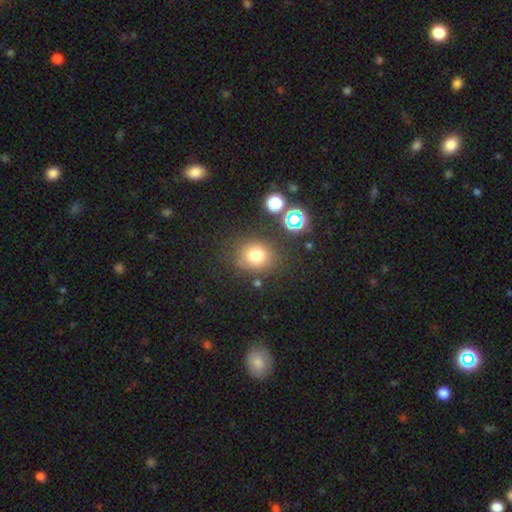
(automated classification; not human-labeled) Smooth or featured? smooth (76%)
How rounded? round (73%)
Merging? none (75%)